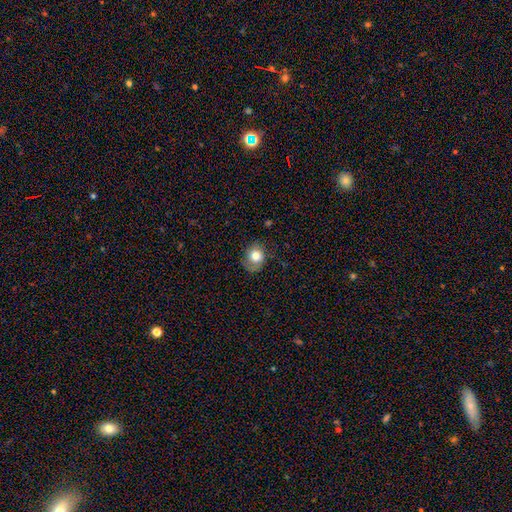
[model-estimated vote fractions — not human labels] Smooth or featured: smooth — 73% (featured or disk — 18%)
How rounded: round — 66% (in between — 33%)
Merging: none — 65% (minor disturbance — 23%)